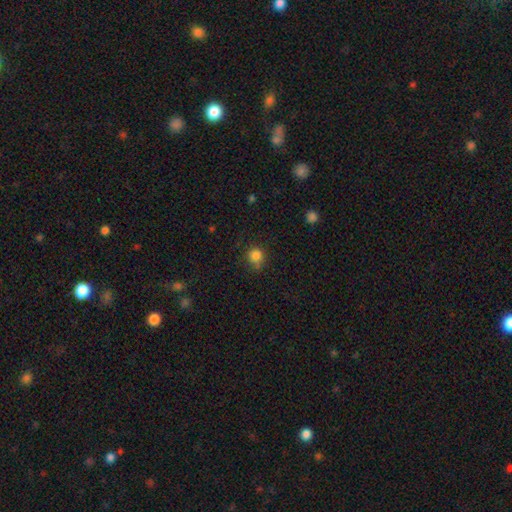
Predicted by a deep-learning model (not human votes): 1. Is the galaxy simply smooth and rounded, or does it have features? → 83% smooth, 12% star or artifact, 5% featured or disk.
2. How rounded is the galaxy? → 90% round, 9% in between, 1% cigar-shaped.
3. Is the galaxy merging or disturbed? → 74% none, 17% minor disturbance, 5% merger, 4% major disturbance.